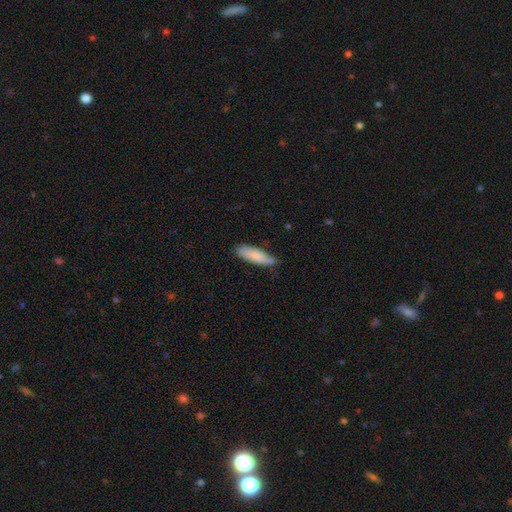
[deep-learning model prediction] The model was most divided on "how rounded": cigar-shaped: 58%, in between: 41%, round: 2%. More confident: smooth or featured — smooth (82%); merging — none (62%).